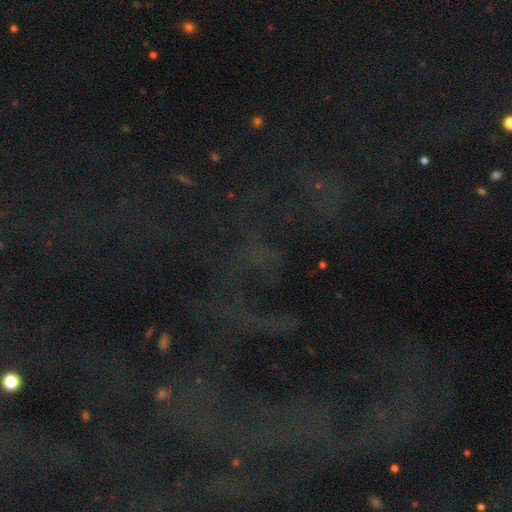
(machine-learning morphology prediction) This is likely a star or artifact rather than a galaxy (71%).